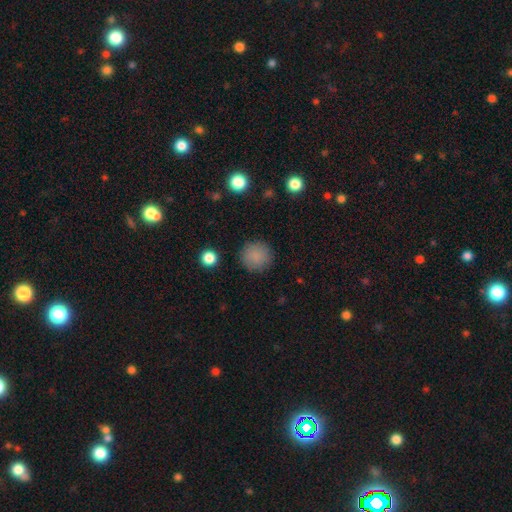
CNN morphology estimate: smooth 86%, star or artifact 10%, featured or disk 5%. Down the decision tree: how rounded — round (95%); merging — none (88%).